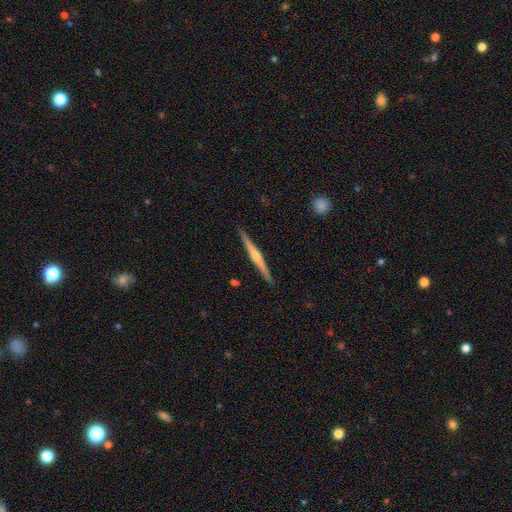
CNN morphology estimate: This appears to be a featured or disk galaxy (75%) viewed edge-on (98%) with a rounded central bulge (83%). Merging: none (92%).